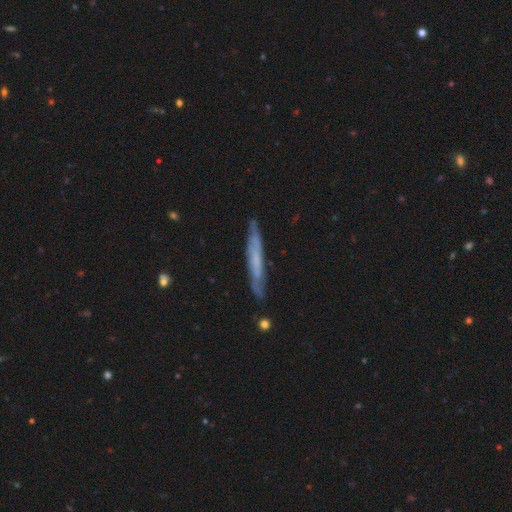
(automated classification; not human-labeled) This appears to be a featured or disk galaxy (56%) viewed edge-on (81%). Merging: none (82%).